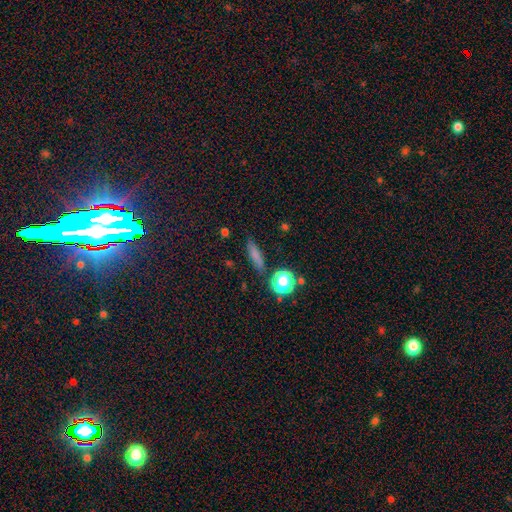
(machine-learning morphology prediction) Q: Smooth or featured?
A: smooth (71%); runner-up: featured or disk (14%)
Q: How rounded?
A: cigar-shaped (67%); runner-up: in between (22%)
Q: Merging?
A: none (82%); runner-up: minor disturbance (12%)